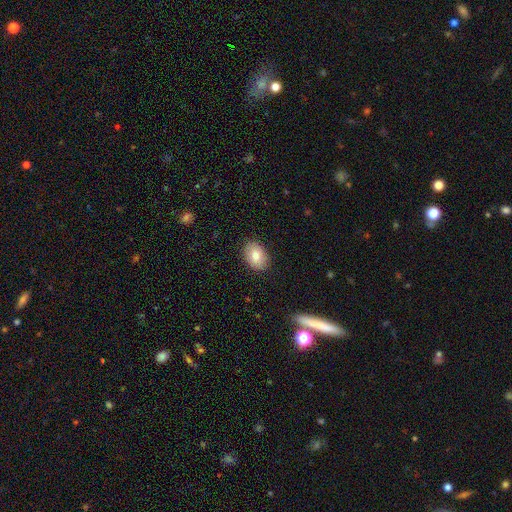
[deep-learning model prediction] Smooth or featured?
  - smooth: 81% *
  - featured or disk: 12%
  - star or artifact: 7%
How rounded?
  - in between: 80% *
  - round: 19%
  - cigar-shaped: 1%
Merging?
  - none: 88% *
  - minor disturbance: 9%
  - major disturbance: 2%
  - merger: 1%